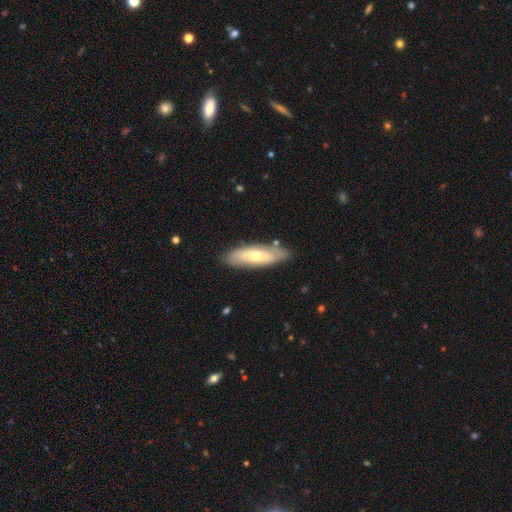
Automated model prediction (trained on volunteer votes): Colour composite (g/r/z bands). It shows a smooth galaxy with no disk features (53%) that is in between round and cigar-shaped (53%). Merging: none (82%).